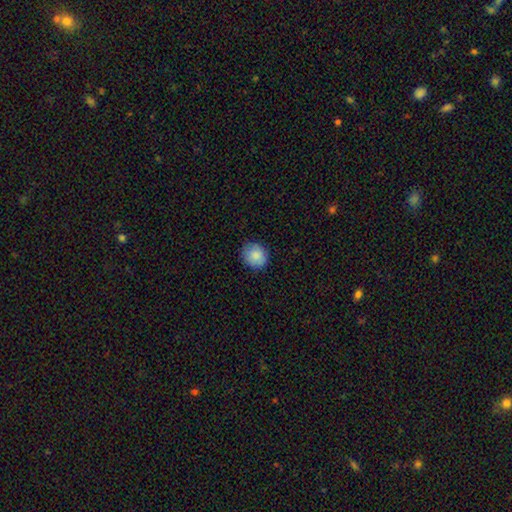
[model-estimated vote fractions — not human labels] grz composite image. It shows a smooth galaxy with no disk features (87%) that is round (77%). Merging: none (85%).